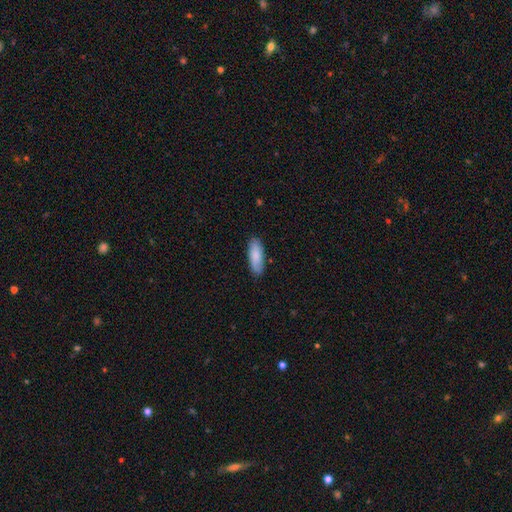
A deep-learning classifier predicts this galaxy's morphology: smooth_or_featured: smooth (p=0.83) [alt: featured or disk p=0.11]
how_rounded: in between (p=0.68) [alt: cigar-shaped p=0.31]
merging: none (p=0.86) [alt: minor disturbance p=0.11]